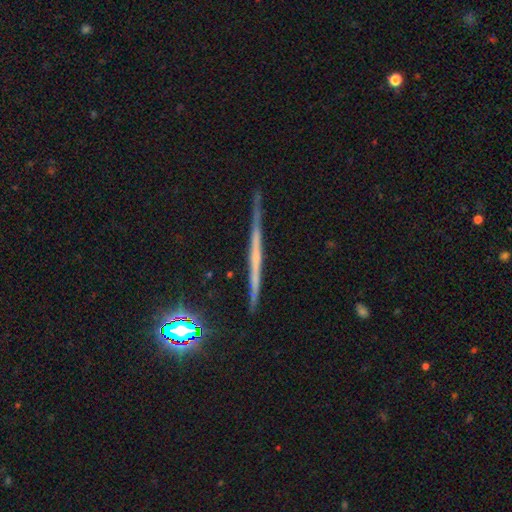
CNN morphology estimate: This is likely a featured or disk galaxy (64%). It is clearly viewed edge-on (97%). Edge-on bulge: likely none (78%). Merging: clearly none (84%).